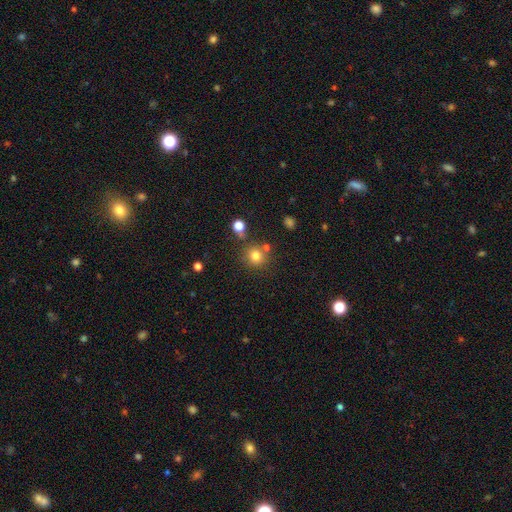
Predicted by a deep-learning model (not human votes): A smooth galaxy with no disk features (78%) that is round (91%).

Vote fractions:
- Smooth or featured? smooth: 78% / star or artifact: 14% / featured or disk: 8%
- How rounded? round: 91% / in between: 9% / cigar-shaped: 1%
- Merging? none: 74% / merger: 12% / minor disturbance: 10% / major disturbance: 4%